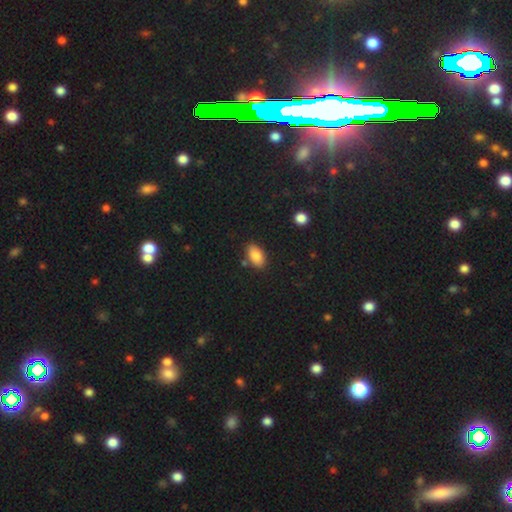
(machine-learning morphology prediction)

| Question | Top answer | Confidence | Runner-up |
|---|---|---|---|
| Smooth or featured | smooth | 85% | star or artifact (8%) |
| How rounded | in between | 93% | round (5%) |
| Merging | none | 82% | minor disturbance (11%) |